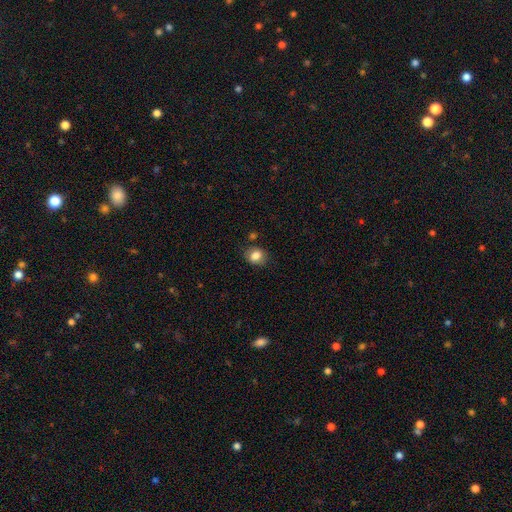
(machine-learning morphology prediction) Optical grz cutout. It shows a smooth galaxy with no disk features (82%) that is round (58%). Merging: none (78%).